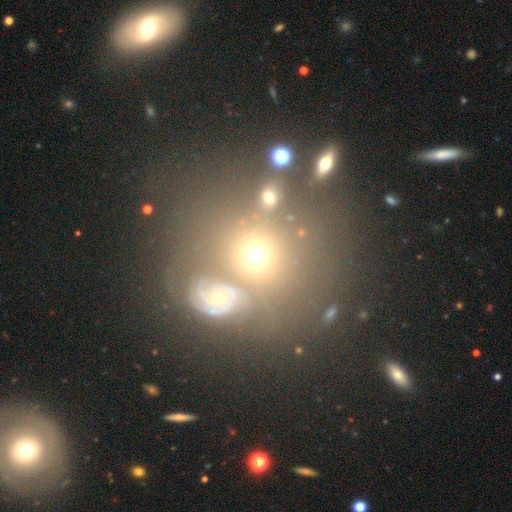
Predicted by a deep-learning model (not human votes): Smooth or featured? Predicted: smooth (p=0.55). How rounded? Predicted: round (p=0.78). Merging? Predicted: none (p=0.48).